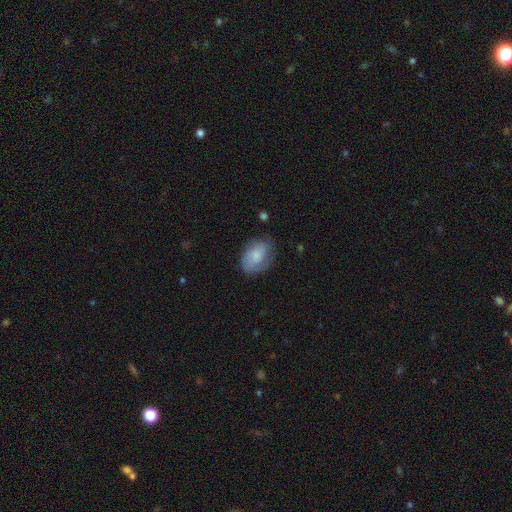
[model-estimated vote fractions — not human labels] Smooth or featured: smooth — 73% (featured or disk — 20%)
How rounded: in between — 82% (round — 17%)
Merging: none — 68% (minor disturbance — 23%)